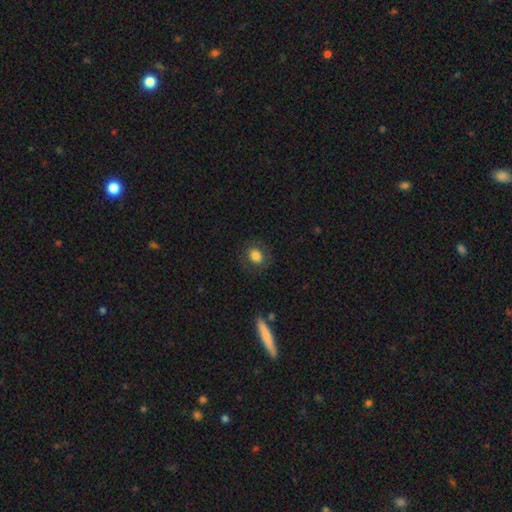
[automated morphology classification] smooth_or_featured: smooth (p=0.79) [alt: featured or disk p=0.12]
how_rounded: round (p=0.61) [alt: in between p=0.38]
merging: none (p=0.81) [alt: minor disturbance p=0.12]